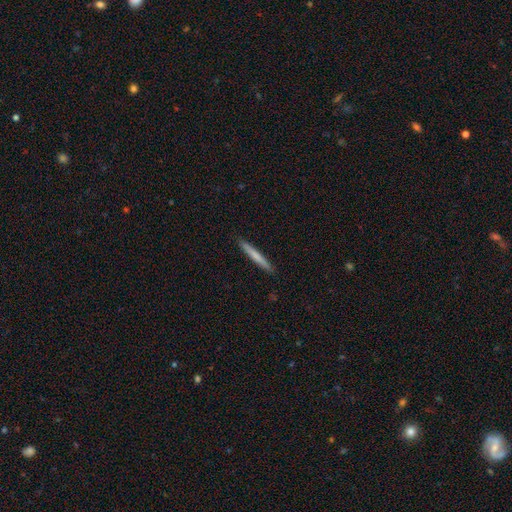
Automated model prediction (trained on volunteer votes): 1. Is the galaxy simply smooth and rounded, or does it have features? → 68% smooth, 27% featured or disk, 5% star or artifact.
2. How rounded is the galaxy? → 97% cigar-shaped, 2% in between, 1% round.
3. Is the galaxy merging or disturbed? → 92% none, 6% minor disturbance, 1% major disturbance, 1% merger.